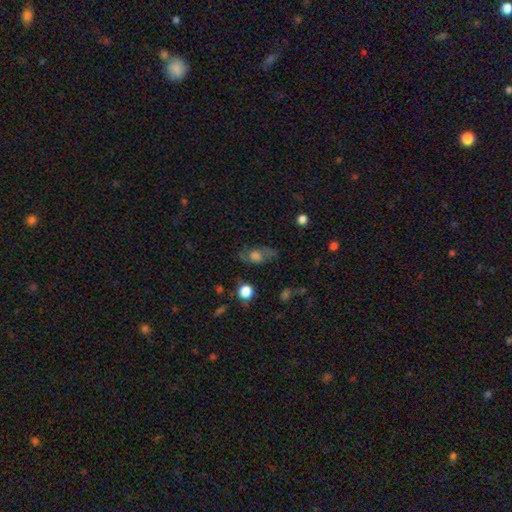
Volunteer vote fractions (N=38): smooth-or-featured: smooth: 55% | featured or disk: 42% | star or artifact: 3%
  how-rounded: in between: 90% | round: 10% | cigar-shaped: 0%
  merging: none: 54% | minor disturbance: 27% | major disturbance: 19% | merger: 0%